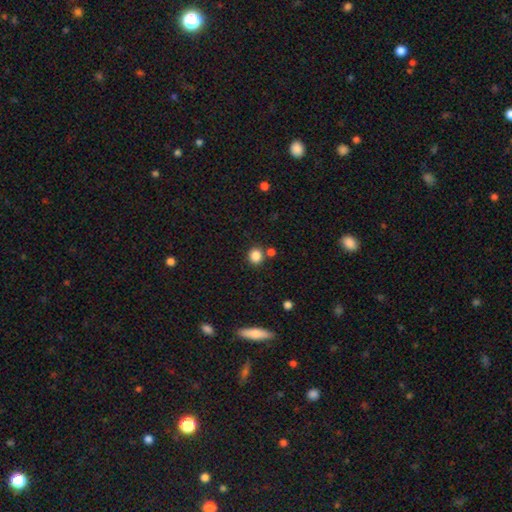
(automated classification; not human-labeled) Smooth or featured? smooth (85%)
How rounded? round (87%)
Merging? none (78%)